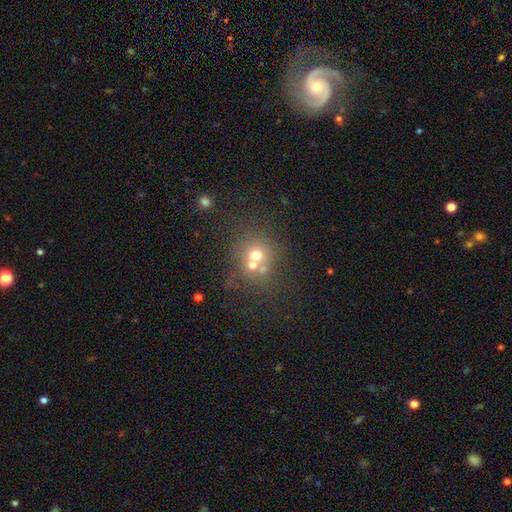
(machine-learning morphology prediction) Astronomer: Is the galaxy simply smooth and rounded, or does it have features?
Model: smooth — 61%.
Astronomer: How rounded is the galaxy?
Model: round — 82%.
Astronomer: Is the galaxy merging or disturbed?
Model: merger — 48% (runner-up: none, 40%).